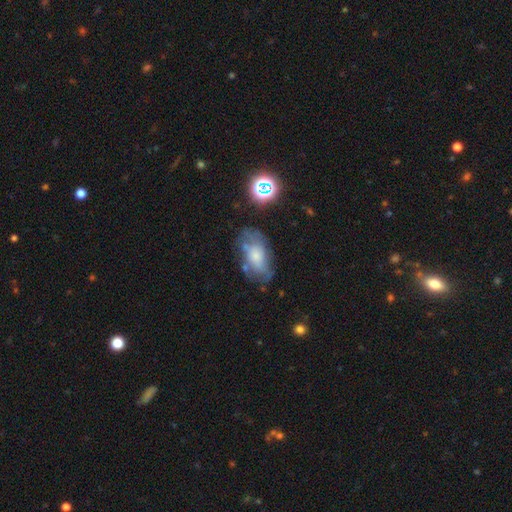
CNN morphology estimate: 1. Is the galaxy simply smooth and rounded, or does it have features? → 48% smooth, 40% featured or disk, 12% star or artifact.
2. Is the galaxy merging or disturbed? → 51% none, 27% minor disturbance, 17% major disturbance, 5% merger.